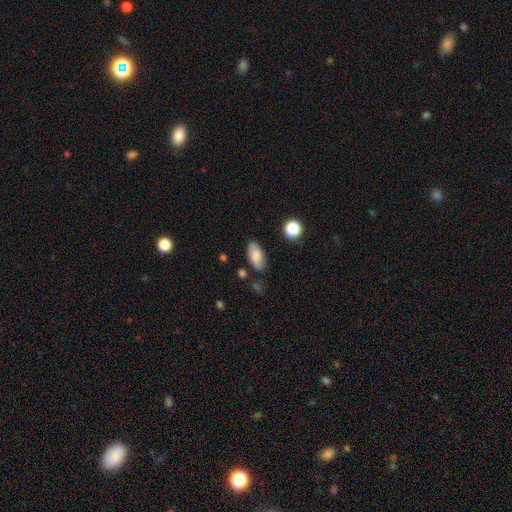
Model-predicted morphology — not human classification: This appears to be a smooth galaxy with no disk features (81%) that is in between round and cigar-shaped (90%). Merging: none (81%).